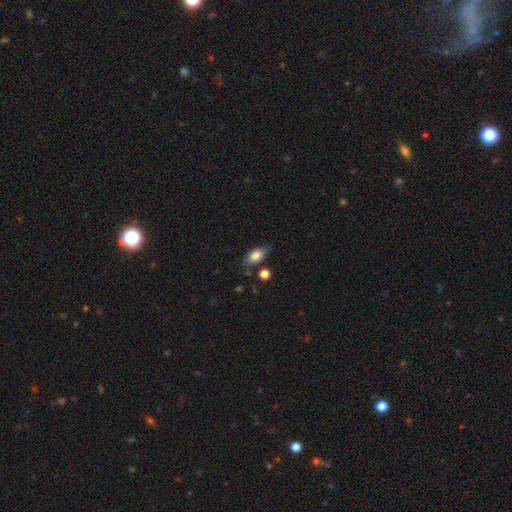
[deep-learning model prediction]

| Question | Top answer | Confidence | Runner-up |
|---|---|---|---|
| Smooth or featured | smooth | 80% | featured or disk (13%) |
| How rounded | in between | 85% | round (10%) |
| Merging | none | 66% | minor disturbance (22%) |